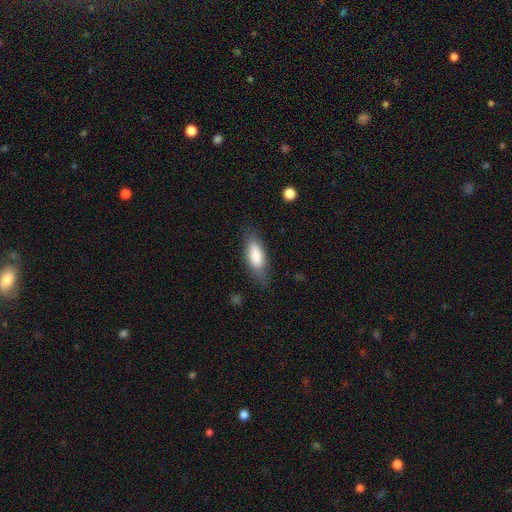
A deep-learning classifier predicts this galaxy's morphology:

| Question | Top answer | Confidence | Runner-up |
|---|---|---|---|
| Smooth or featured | smooth | 83% | featured or disk (11%) |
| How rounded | in between | 76% | cigar-shaped (22%) |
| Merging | none | 75% | minor disturbance (18%) |